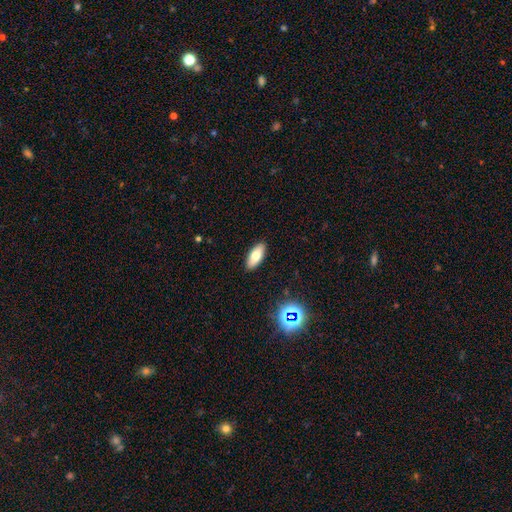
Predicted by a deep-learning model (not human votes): The model was most divided on "smooth or featured": smooth: 74%, featured or disk: 17%, star or artifact: 8%. More confident: merging — none (90%); how rounded — in between (80%).